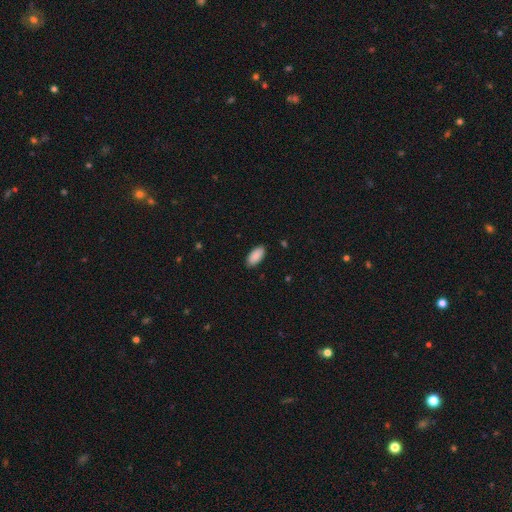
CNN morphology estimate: A smooth galaxy with no disk features (91%) that is in between round and cigar-shaped (94%). Merging: none (88%).